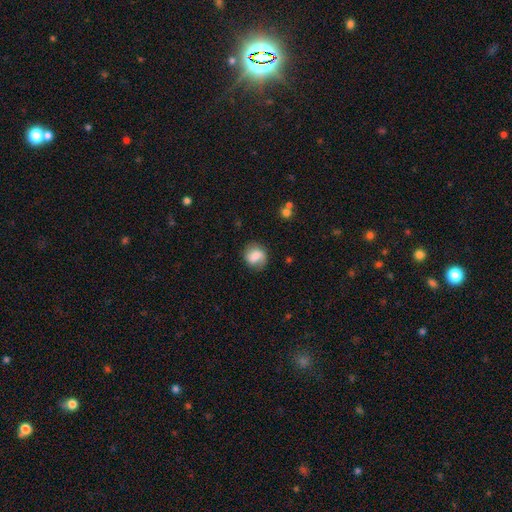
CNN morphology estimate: Overall: smooth (65%; featured or disk 26%). How rounded: round (75%). Merging: none (70%).